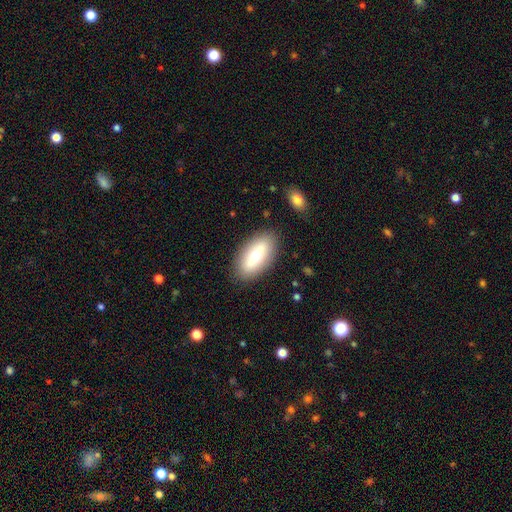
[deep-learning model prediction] Smooth or featured: smooth — 60% (featured or disk — 33%)
How rounded: in between — 88% (cigar-shaped — 9%)
Merging: none — 85% (minor disturbance — 10%)